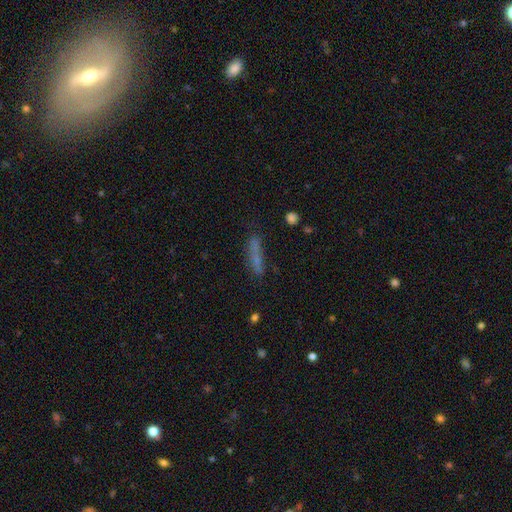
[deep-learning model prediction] Smooth or featured?
  - smooth: 65% *
  - featured or disk: 22%
  - star or artifact: 13%
How rounded?
  - cigar-shaped: 86% *
  - in between: 12%
  - round: 2%
Merging?
  - none: 69% *
  - minor disturbance: 19%
  - major disturbance: 8%
  - merger: 4%